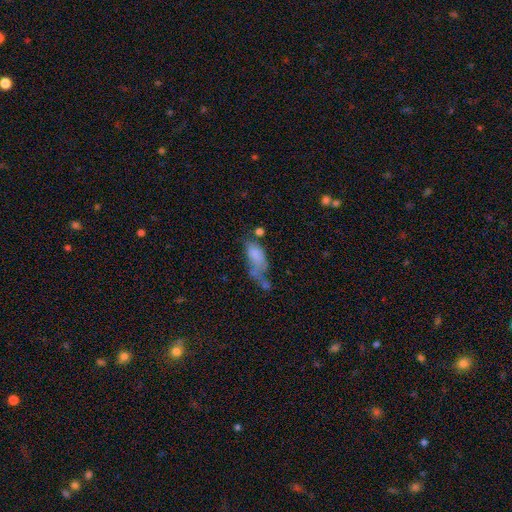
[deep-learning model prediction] Smooth or featured?
  - smooth: 67% *
  - featured or disk: 22%
  - star or artifact: 11%
How rounded?
  - in between: 84% *
  - cigar-shaped: 12%
  - round: 4%
Merging?
  - major disturbance: 35% *
  - merger: 24%
  - minor disturbance: 22%
  - none: 20%